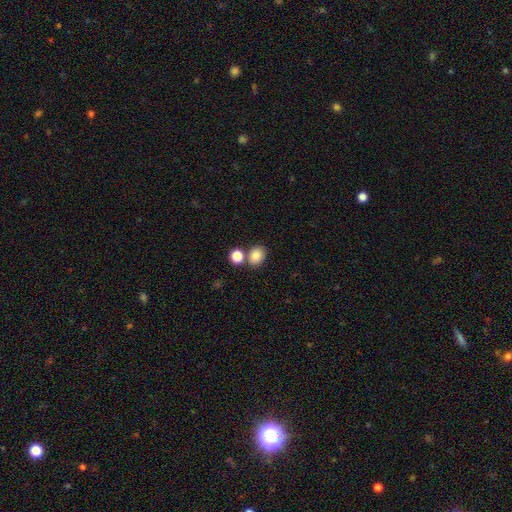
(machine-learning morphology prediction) type=smooth (85%); roundness=round (55%); merging=none (67%).